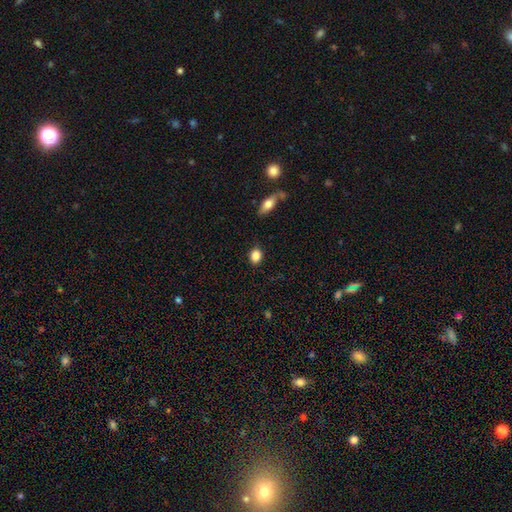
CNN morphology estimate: type=smooth (86%); roundness=in between (54%); merging=none (85%).